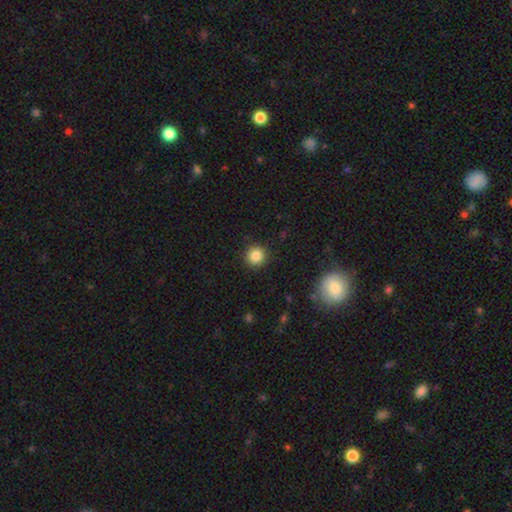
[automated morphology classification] smooth-or-featured: smooth: 85% | star or artifact: 11% | featured or disk: 4%
  how-rounded: round: 94% | in between: 5% | cigar-shaped: 1%
  merging: none: 90% | minor disturbance: 6% | major disturbance: 2% | merger: 1%